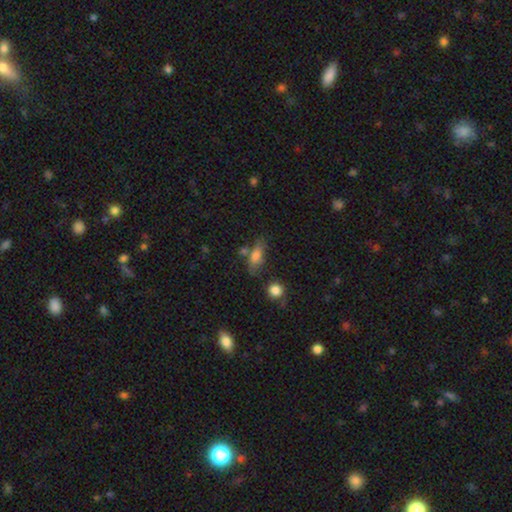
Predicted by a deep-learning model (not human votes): Morphology: type=smooth (74%); roundness=in between (72%); merging=none (57%).